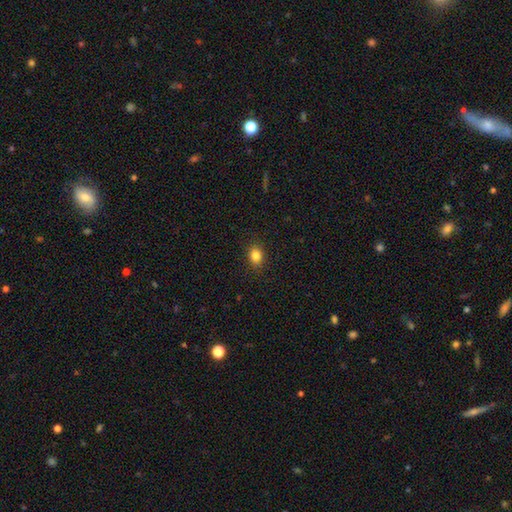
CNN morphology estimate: type=smooth (84%); roundness=in between (51%); merging=none (88%).